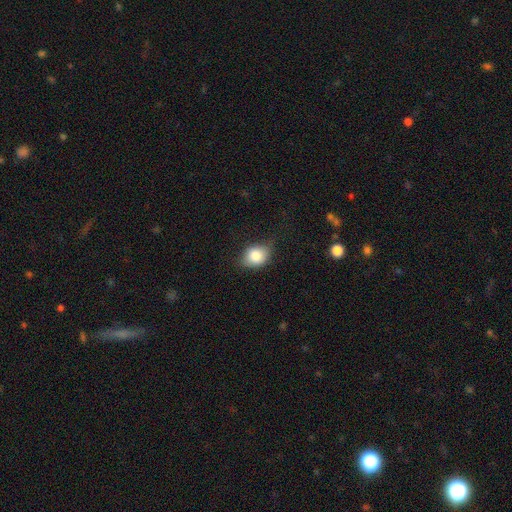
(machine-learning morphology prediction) This is clearly a smooth galaxy (81%). How rounded: possibly in between (56%). Merging: likely none (63%).